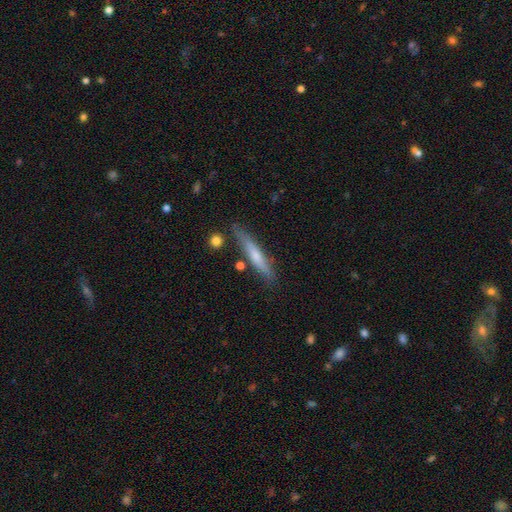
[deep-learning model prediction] Smooth or featured?
  - smooth: 52% *
  - featured or disk: 42%
  - star or artifact: 6%
How rounded?
  - cigar-shaped: 92% *
  - in between: 7%
  - round: 2%
Merging?
  - none: 79% *
  - minor disturbance: 14%
  - merger: 4%
  - major disturbance: 3%